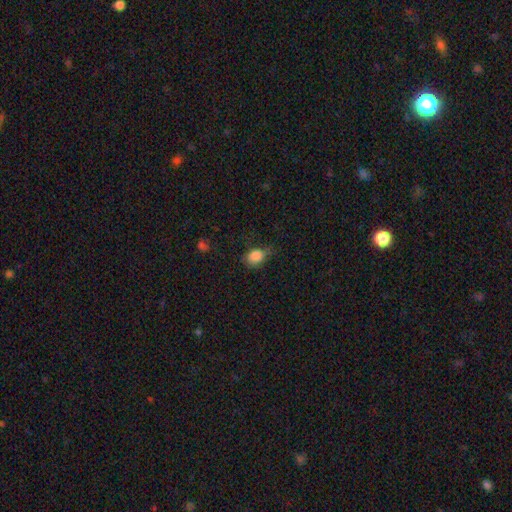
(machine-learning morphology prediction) This appears to be a smooth galaxy with no disk features (84%) that is in between round and cigar-shaped (62%). Merging: none (53%).